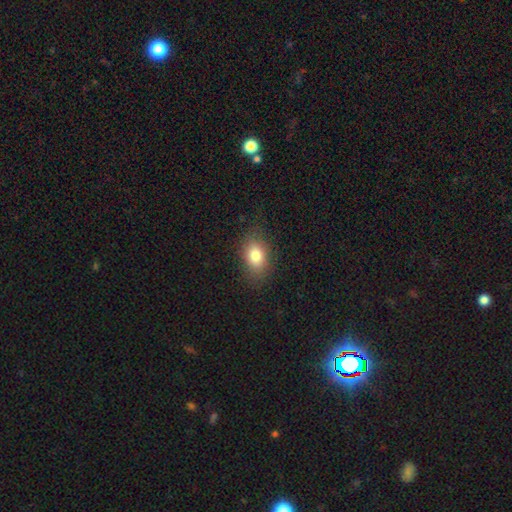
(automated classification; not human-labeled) A smooth galaxy with no disk features (81%) that is in between round and cigar-shaped (80%).

Vote fractions:
- Smooth or featured? smooth: 81% / star or artifact: 9% / featured or disk: 9%
- How rounded? in between: 80% / round: 18% / cigar-shaped: 2%
- Merging? none: 80% / minor disturbance: 14% / major disturbance: 5% / merger: 1%